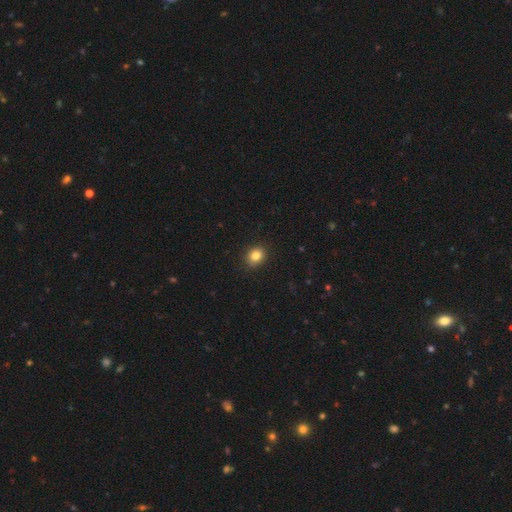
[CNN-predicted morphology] smooth 84%, star or artifact 11%, featured or disk 6%. Down the decision tree: how rounded — round (64%); merging — none (88%).